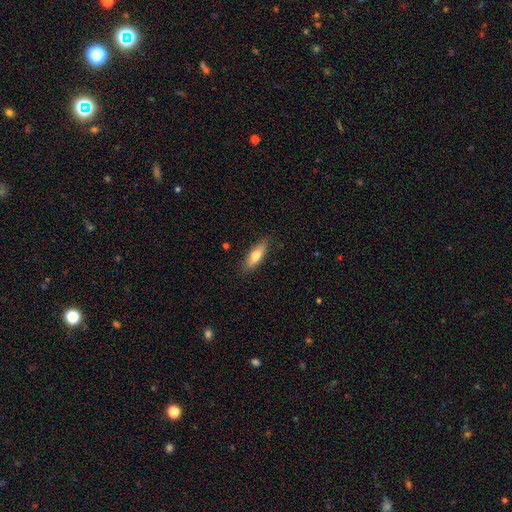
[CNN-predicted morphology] Smooth or featured? Predicted: smooth (p=0.66). How rounded? Predicted: in between (p=0.52). Merging? Predicted: none (p=0.85).